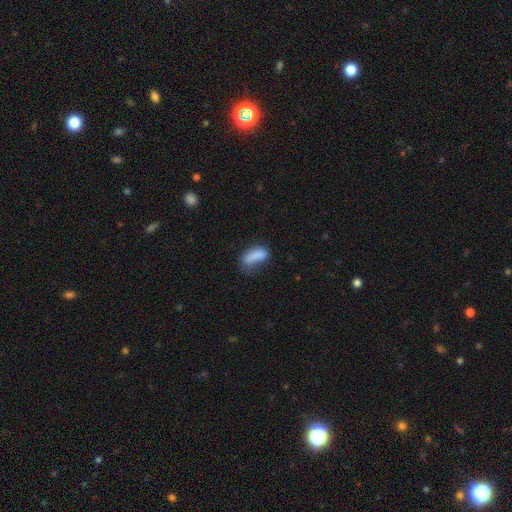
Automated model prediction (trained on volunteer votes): Smooth or featured? Predicted: smooth (p=0.79). How rounded? Predicted: in between (p=0.70). Merging? Predicted: none (p=0.40).